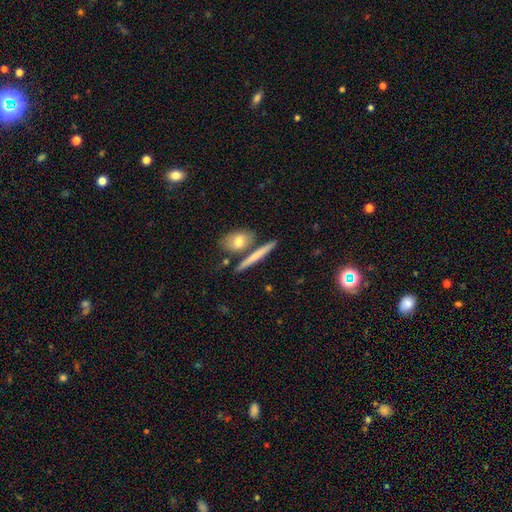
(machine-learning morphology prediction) The model was most divided on "smooth or featured": smooth: 58%, featured or disk: 35%, star or artifact: 6%. More confident: how rounded — cigar-shaped (81%); merging — none (75%).